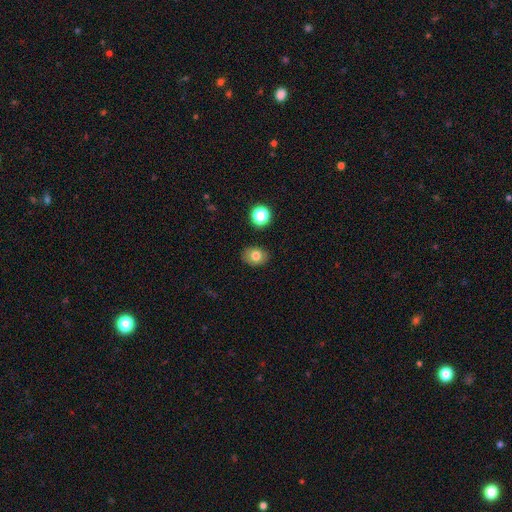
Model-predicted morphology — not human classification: A smooth galaxy with no disk features (78%) that is in between round and cigar-shaped (57%). Merging: none (87%).